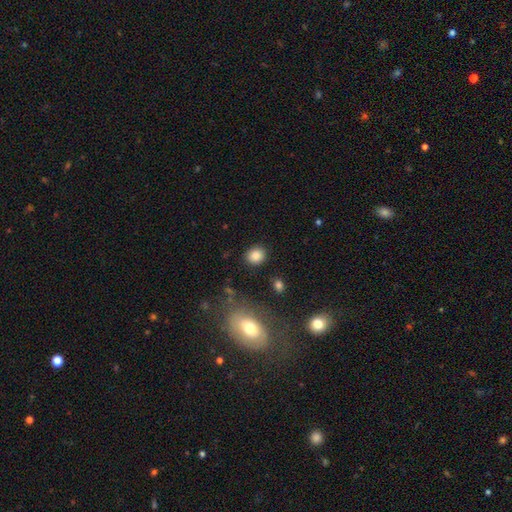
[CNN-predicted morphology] Smooth or featured?
  - smooth: 85% *
  - star or artifact: 10%
  - featured or disk: 5%
How rounded?
  - round: 71% *
  - in between: 28%
  - cigar-shaped: 1%
Merging?
  - none: 87% *
  - minor disturbance: 8%
  - major disturbance: 3%
  - merger: 2%